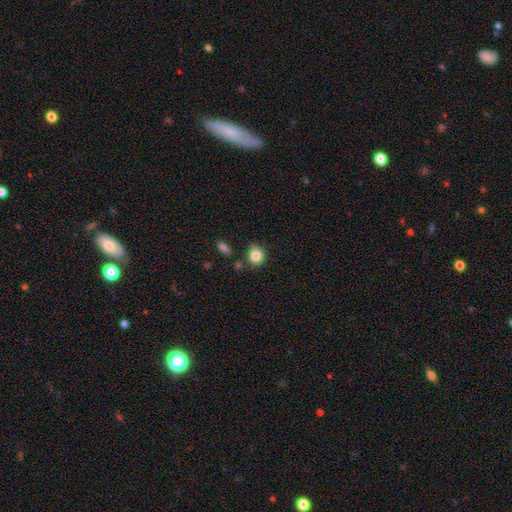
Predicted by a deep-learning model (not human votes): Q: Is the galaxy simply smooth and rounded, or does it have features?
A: smooth — 84%.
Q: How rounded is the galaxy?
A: round — 80%.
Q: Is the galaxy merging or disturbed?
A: none — 75%.